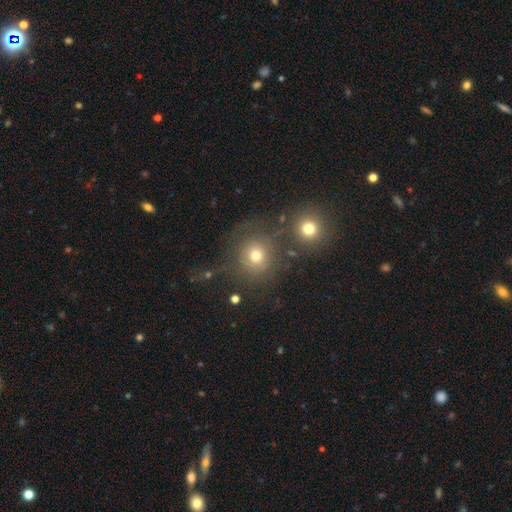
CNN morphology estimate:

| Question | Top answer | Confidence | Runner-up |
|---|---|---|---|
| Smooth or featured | smooth | 65% | star or artifact (17%) |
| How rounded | round | 85% | in between (14%) |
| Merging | none | 63% | merger (13%) |